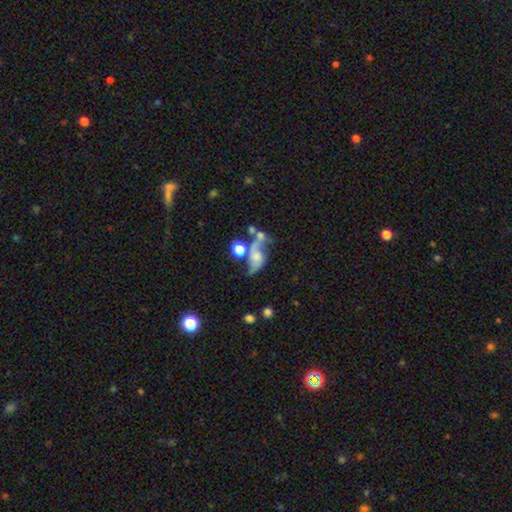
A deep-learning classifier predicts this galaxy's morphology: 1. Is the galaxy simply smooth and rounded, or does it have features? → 69% featured or disk, 21% smooth, 10% star or artifact.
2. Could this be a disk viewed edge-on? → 96% no, 4% yes.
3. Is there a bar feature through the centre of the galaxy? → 67% no, 26% weak, 7% strong.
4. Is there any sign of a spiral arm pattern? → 88% yes, 12% no.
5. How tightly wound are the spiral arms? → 78% loose, 18% medium, 4% tight.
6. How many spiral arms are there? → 87% 2, 7% 1, 3% can't tell, 1% 3, 1% 4, 1% more than 4.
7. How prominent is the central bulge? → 35% small, 34% moderate, 18% none, 10% large, 3% dominant.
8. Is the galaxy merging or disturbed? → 35% none, 28% merger, 19% major disturbance, 18% minor disturbance.